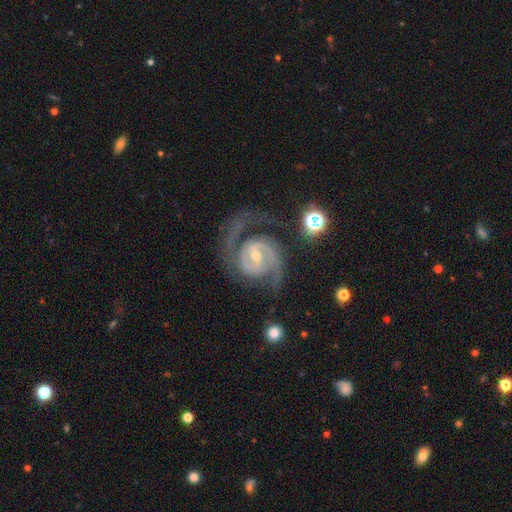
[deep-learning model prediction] A featured or disk galaxy (92%) with a weak bar (49%), 2 (84%) medium (50%) spiral arms (98%) and a small central bulge (55%).

Vote fractions:
- Smooth or featured? featured or disk: 92% / star or artifact: 5% / smooth: 3%
- Edge-on disk? no: 98% / yes: 2%
- Bar? weak: 49% / no: 27% / strong: 24%
- Spiral arms? yes: 98% / no: 2%
- Spiral winding? medium: 50% / tight: 40% / loose: 10%
- Spiral arm count? 2: 84% / 3: 7% / can't tell: 4% / 1: 2% / 4: 2% / more than 4: 2%
- Bulge size? small: 55% / moderate: 42% / large: 2% / none: 1% / dominant: 1%
- Merging? none: 67% / minor disturbance: 17% / major disturbance: 14% / merger: 2%